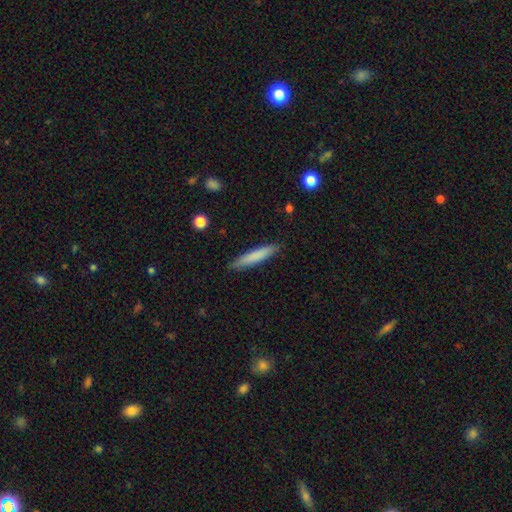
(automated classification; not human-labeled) Smooth or featured?
  - smooth: 79% *
  - featured or disk: 15%
  - star or artifact: 6%
How rounded?
  - cigar-shaped: 91% *
  - in between: 8%
  - round: 1%
Merging?
  - none: 88% *
  - minor disturbance: 9%
  - major disturbance: 2%
  - merger: 1%